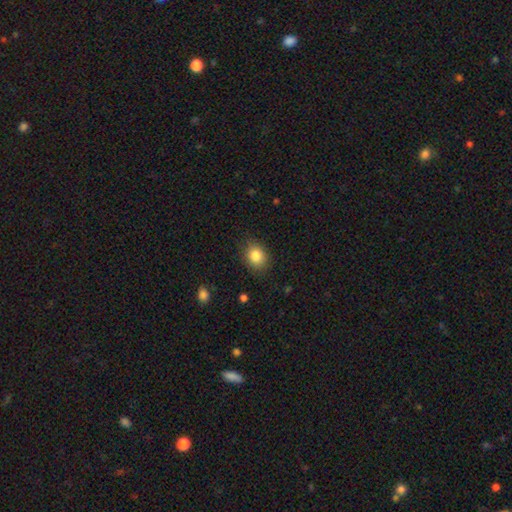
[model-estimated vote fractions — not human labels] Smooth or featured? smooth (85%)
How rounded? round (55%)
Merging? none (85%)